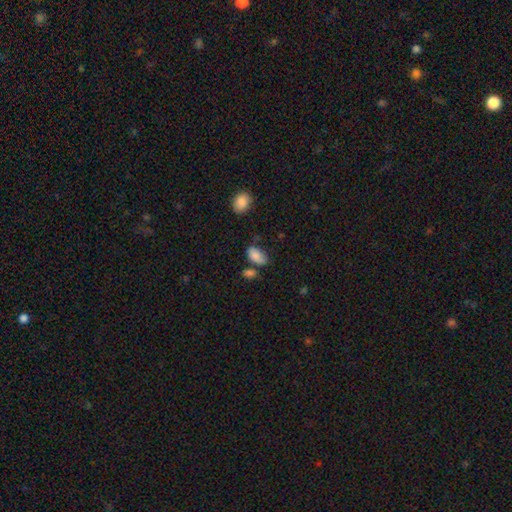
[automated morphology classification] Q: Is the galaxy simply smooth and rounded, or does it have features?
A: smooth — 86%.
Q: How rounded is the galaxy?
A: in between — 94%.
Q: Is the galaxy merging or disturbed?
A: none — 57%.